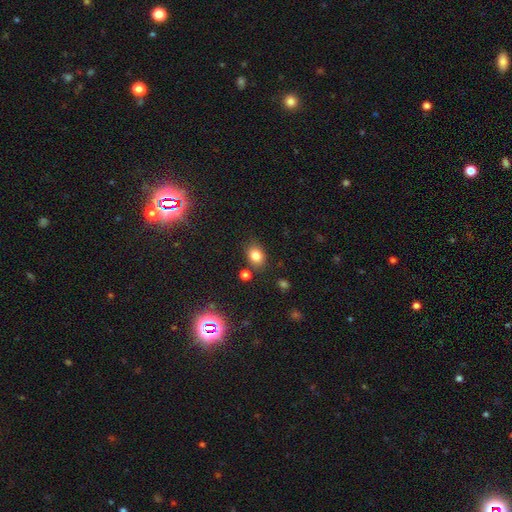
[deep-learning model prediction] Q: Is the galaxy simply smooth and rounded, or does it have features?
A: smooth — 81%.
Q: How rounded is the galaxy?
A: in between — 60%.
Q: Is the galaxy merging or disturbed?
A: none — 78%.